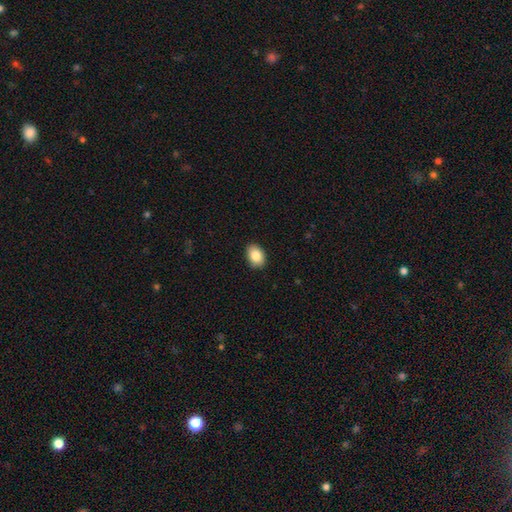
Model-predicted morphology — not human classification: smooth-or-featured: smooth: 85% | star or artifact: 8% | featured or disk: 7%
  how-rounded: in between: 82% | round: 17% | cigar-shaped: 1%
  merging: none: 89% | minor disturbance: 8% | major disturbance: 2% | merger: 1%